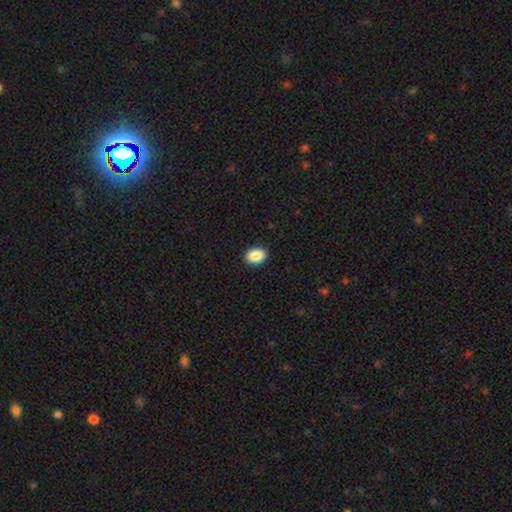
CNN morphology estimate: This appears to be a smooth galaxy with no disk features (89%) that is in between round and cigar-shaped (76%). Merging: none (91%).